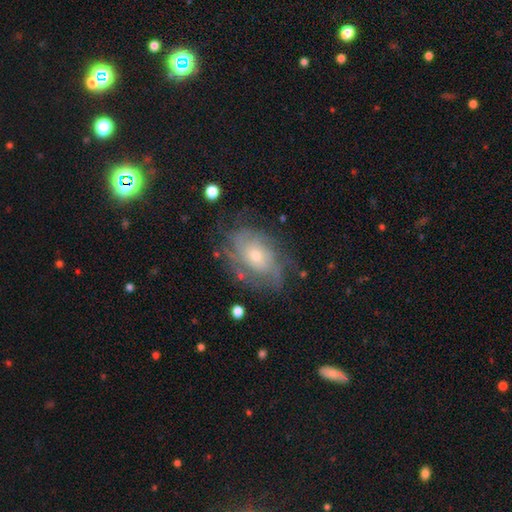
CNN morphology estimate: This is likely a featured or disk galaxy (76%). It is clearly not viewed edge-on (96%). Bar: likely no (78%). Spiral arm pattern: clearly yes (86%). Spiral arm count: possibly can't tell (52%). Spiral winding: likely tight (61%). Central bulge: possibly small (52%). Merging: likely none (67%).